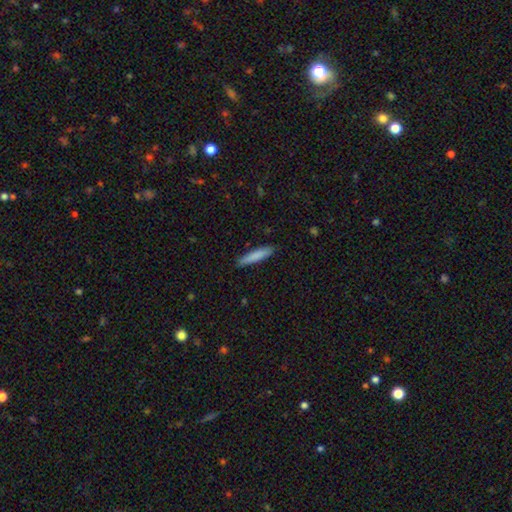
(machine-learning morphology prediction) Q: Smooth or featured?
A: smooth (82%); runner-up: featured or disk (12%)
Q: How rounded?
A: cigar-shaped (88%); runner-up: in between (11%)
Q: Merging?
A: none (88%); runner-up: minor disturbance (9%)